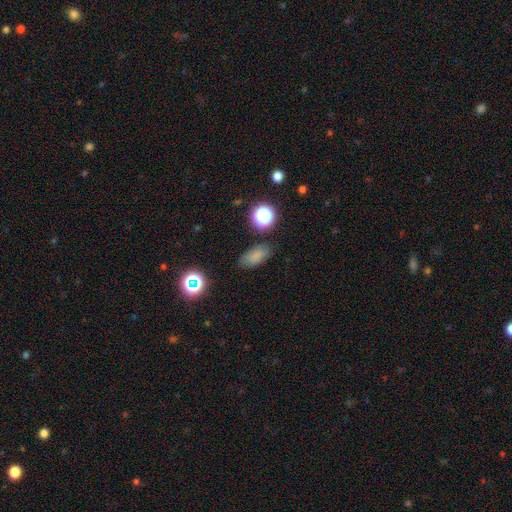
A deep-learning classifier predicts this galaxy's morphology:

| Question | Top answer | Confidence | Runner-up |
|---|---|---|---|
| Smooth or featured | smooth | 77% | star or artifact (15%) |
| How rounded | in between | 87% | round (9%) |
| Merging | none | 78% | minor disturbance (15%) |